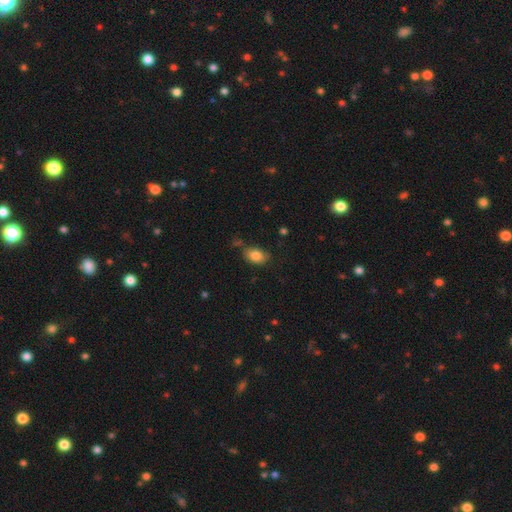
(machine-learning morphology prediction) Smooth or featured? smooth (84%)
How rounded? in between (82%)
Merging? none (70%)